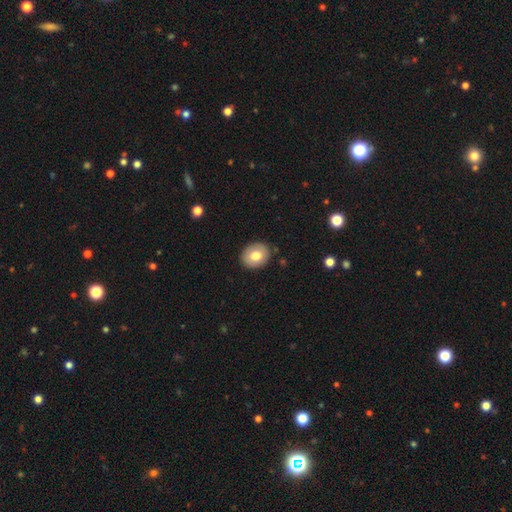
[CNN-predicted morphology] A smooth galaxy with no disk features (73%) that is round (58%).

Vote fractions:
- Smooth or featured? smooth: 73% / featured or disk: 20% / star or artifact: 7%
- How rounded? round: 58% / in between: 41% / cigar-shaped: 1%
- Merging? none: 88% / minor disturbance: 9% / major disturbance: 2% / merger: 1%